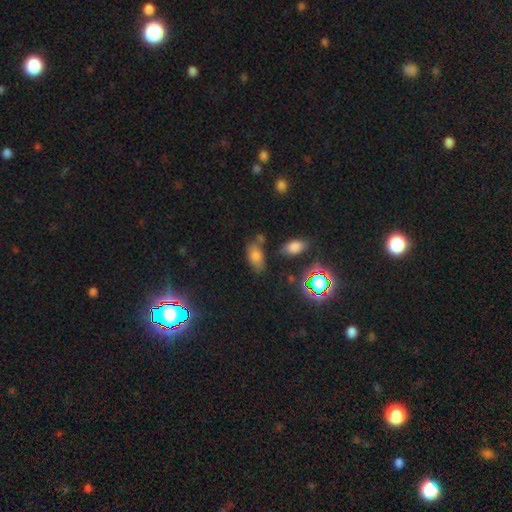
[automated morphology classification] Smooth or featured: smooth — 71% (star or artifact — 18%)
How rounded: in between — 89% (round — 7%)
Merging: none — 62% (minor disturbance — 19%)